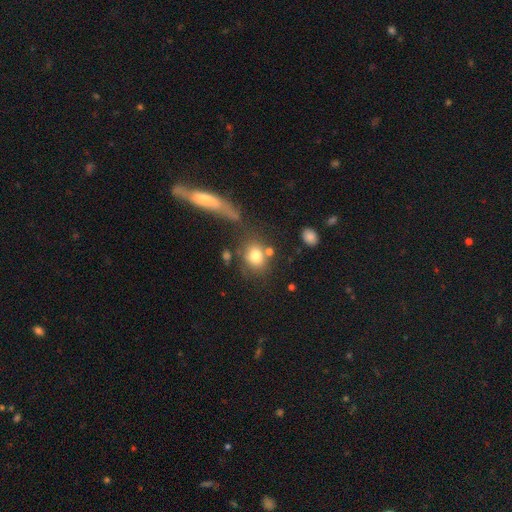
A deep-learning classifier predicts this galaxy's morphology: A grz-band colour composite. It shows a smooth galaxy with no disk features (76%) that is round (62%). Merging: none (60%).